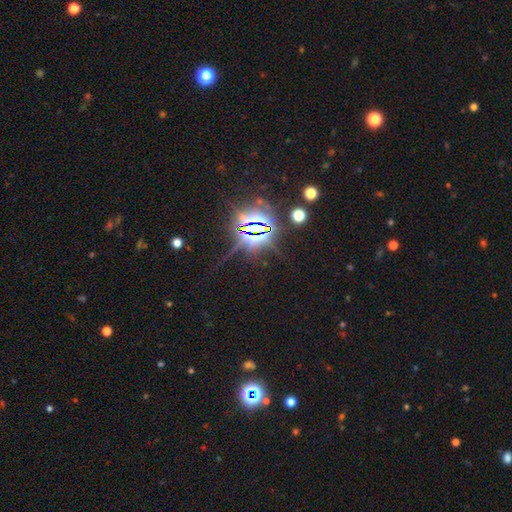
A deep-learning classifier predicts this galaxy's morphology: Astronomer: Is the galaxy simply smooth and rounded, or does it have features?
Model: star or artifact — 85%.